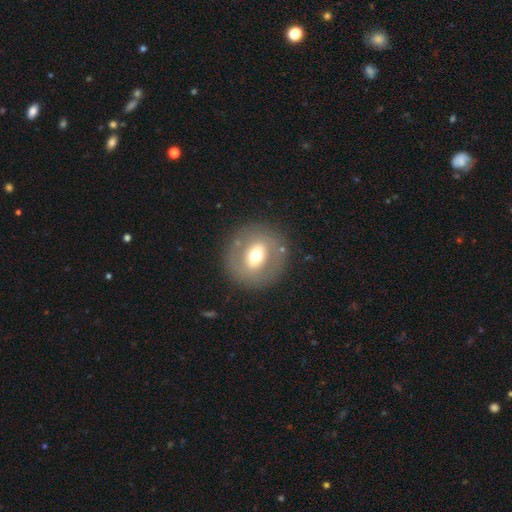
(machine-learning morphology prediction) A smooth galaxy with no disk features (48%).

Vote fractions:
- Smooth or featured? smooth: 48% / featured or disk: 44% / star or artifact: 9%
- Merging? none: 84% / minor disturbance: 9% / major disturbance: 5% / merger: 2%